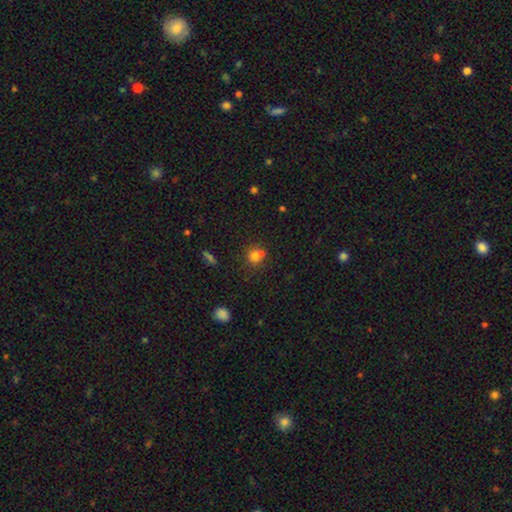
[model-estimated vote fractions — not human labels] Smooth or featured: smooth — 71% (star or artifact — 16%)
How rounded: round — 85% (in between — 14%)
Merging: none — 51% (merger — 38%)